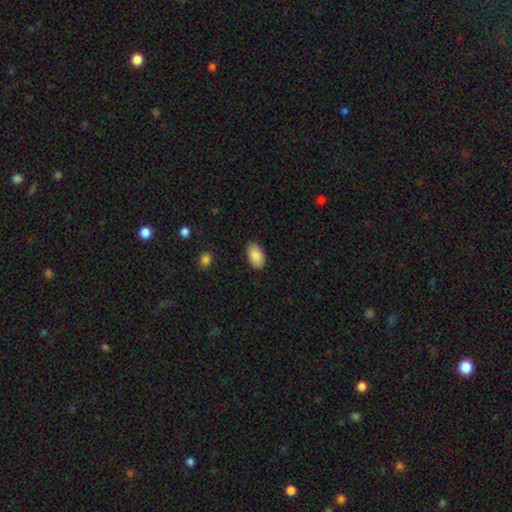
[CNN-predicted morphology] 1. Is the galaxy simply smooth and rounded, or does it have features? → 89% smooth, 7% star or artifact, 5% featured or disk.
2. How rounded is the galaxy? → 94% in between, 5% round, 1% cigar-shaped.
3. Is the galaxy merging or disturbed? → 87% none, 10% minor disturbance, 2% major disturbance, 1% merger.